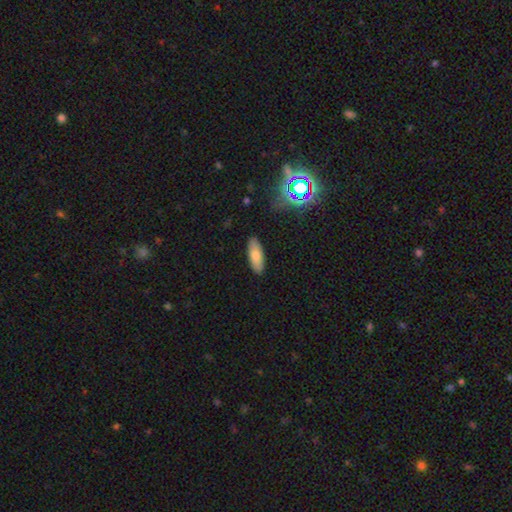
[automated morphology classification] A smooth galaxy with no disk features (78%) that is in between round and cigar-shaped (71%). Merging: none (88%).